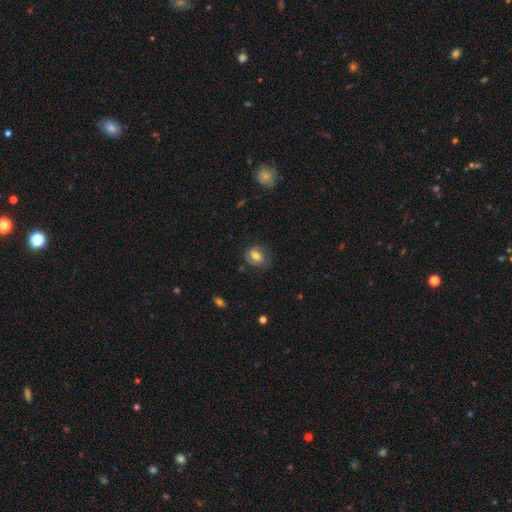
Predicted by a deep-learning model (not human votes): Smooth or featured: smooth — 54% (featured or disk — 37%)
How rounded: in between — 50% (round — 49%)
Merging: none — 68% (minor disturbance — 21%)